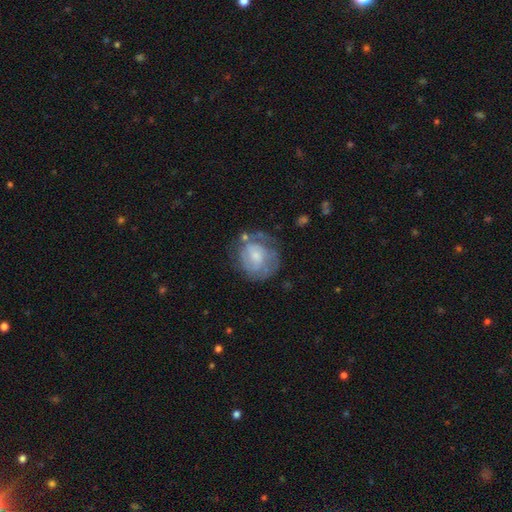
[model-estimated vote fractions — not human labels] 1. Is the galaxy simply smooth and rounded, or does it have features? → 60% featured or disk, 33% smooth, 7% star or artifact.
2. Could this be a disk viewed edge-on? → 97% no, 3% yes.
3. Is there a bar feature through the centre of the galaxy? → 61% no, 33% weak, 6% strong.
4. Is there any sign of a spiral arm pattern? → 70% yes, 30% no.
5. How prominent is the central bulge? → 46% small, 36% moderate, 10% none, 6% large, 1% dominant.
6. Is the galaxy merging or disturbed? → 54% none, 24% minor disturbance, 17% major disturbance, 5% merger.